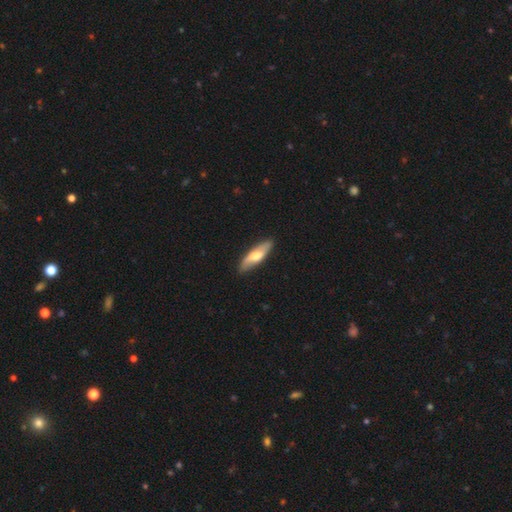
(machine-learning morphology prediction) This is possibly a smooth galaxy (55%). How rounded: possibly cigar-shaped (56%). Merging: clearly none (87%).